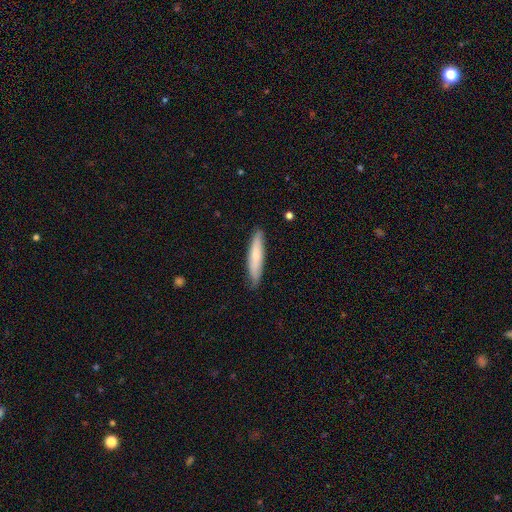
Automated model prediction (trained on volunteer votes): smooth 71%, featured or disk 23%, star or artifact 5%. Down the decision tree: how rounded — cigar-shaped (89%); merging — none (86%).